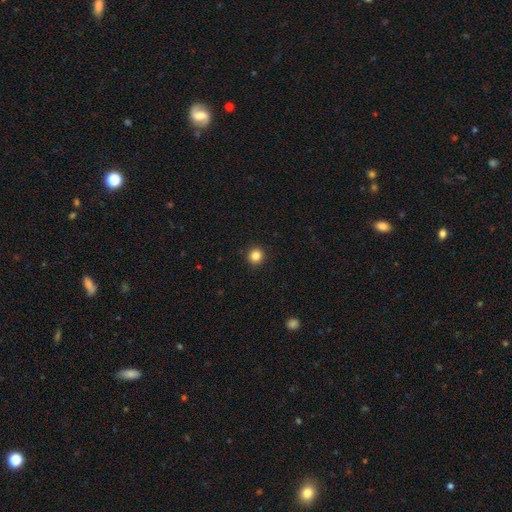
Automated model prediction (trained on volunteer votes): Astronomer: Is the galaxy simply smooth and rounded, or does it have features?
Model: smooth — 85%.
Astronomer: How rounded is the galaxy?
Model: round — 94%.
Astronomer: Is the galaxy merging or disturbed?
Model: none — 93%.